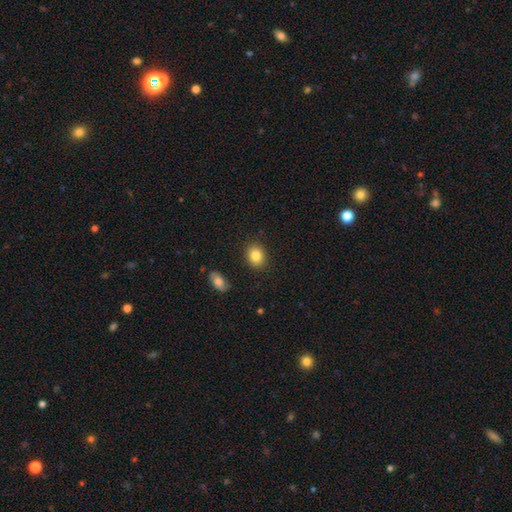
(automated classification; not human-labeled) Smooth or featured? Predicted: smooth (p=0.85). How rounded? Predicted: in between (p=0.54). Merging? Predicted: none (p=0.88).